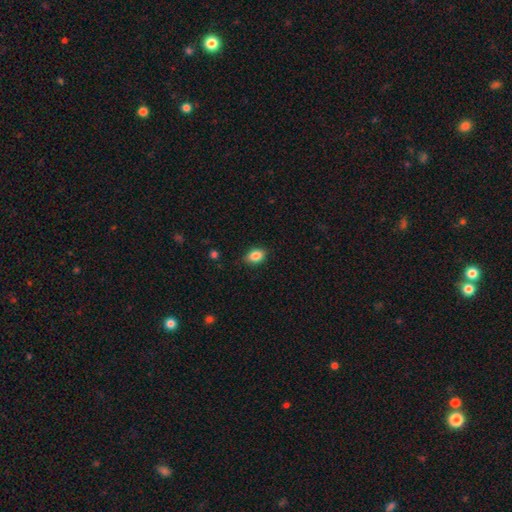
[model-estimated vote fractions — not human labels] smooth 86%, star or artifact 9%, featured or disk 5%. Down the decision tree: how rounded — in between (81%); merging — none (84%).